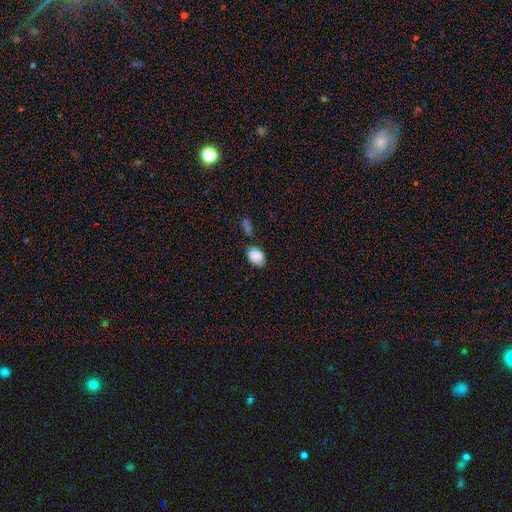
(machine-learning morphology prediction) This is likely a smooth galaxy (78%). How rounded: clearly in between (81%). Merging: likely none (71%).